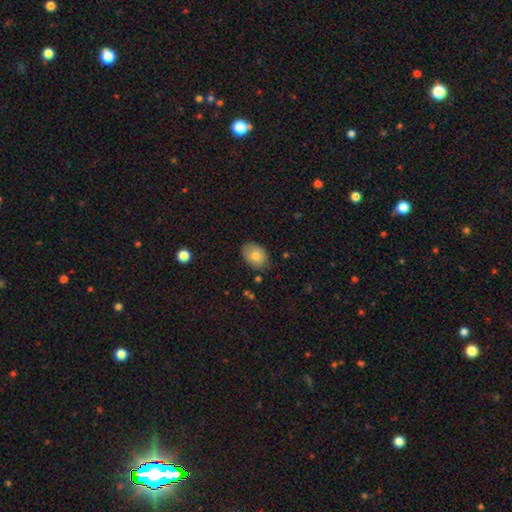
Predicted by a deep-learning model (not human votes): Smooth or featured: smooth — 79% (featured or disk — 13%)
How rounded: in between — 73% (round — 26%)
Merging: none — 77% (minor disturbance — 18%)